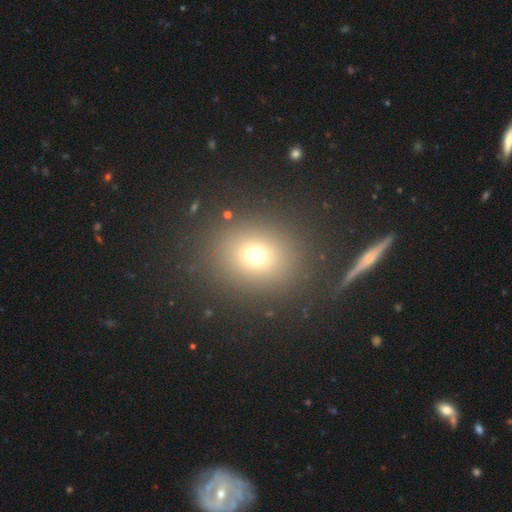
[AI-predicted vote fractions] The model was most divided on "smooth or featured": smooth: 69%, star or artifact: 20%, featured or disk: 10%. More confident: merging — none (86%); how rounded — round (75%).